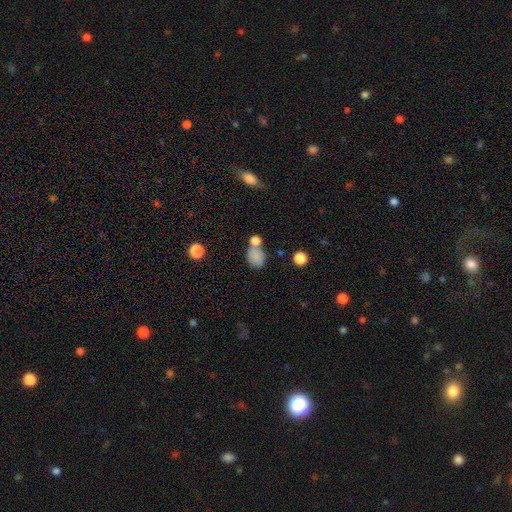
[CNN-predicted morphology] This appears to be a smooth galaxy with no disk features (82%) that is round (53%). Merging: none (47%).